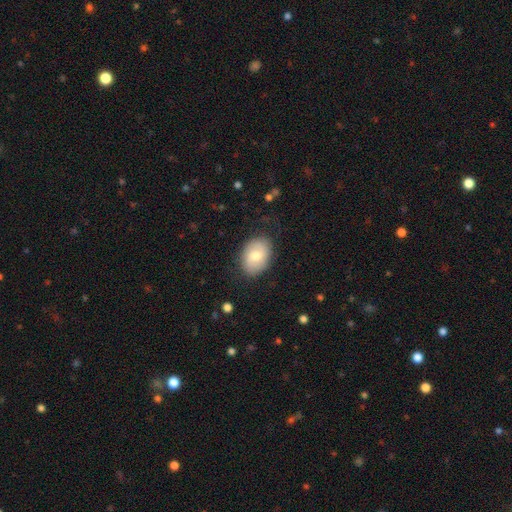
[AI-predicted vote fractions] Smooth or featured: smooth — 64% (featured or disk — 29%)
How rounded: in between — 79% (round — 20%)
Merging: none — 81% (minor disturbance — 14%)